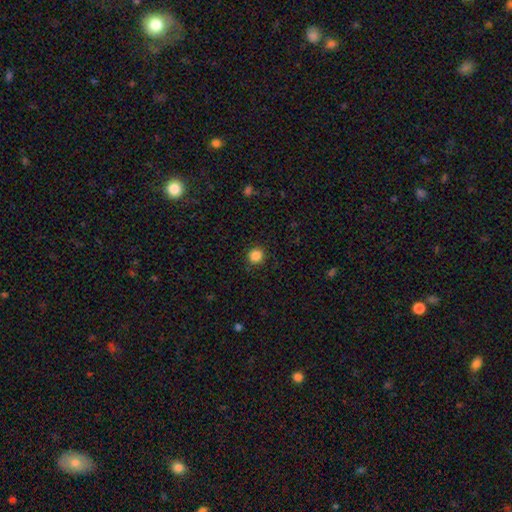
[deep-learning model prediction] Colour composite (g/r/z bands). It shows a smooth galaxy with no disk features (86%) that is round (93%). Merging: none (91%).